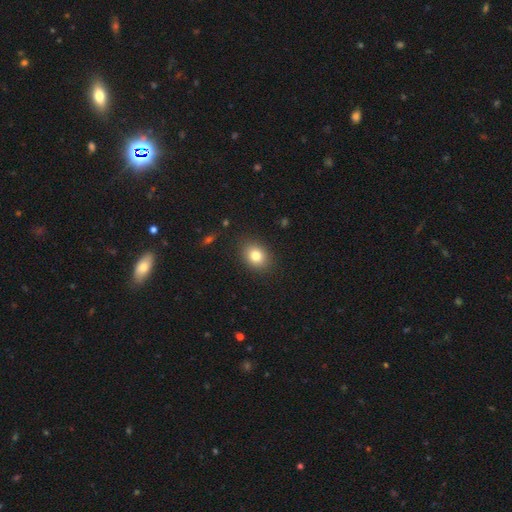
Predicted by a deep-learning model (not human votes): This appears to be a smooth galaxy with no disk features (81%) that is in between round and cigar-shaped (56%). Merging: none (87%).